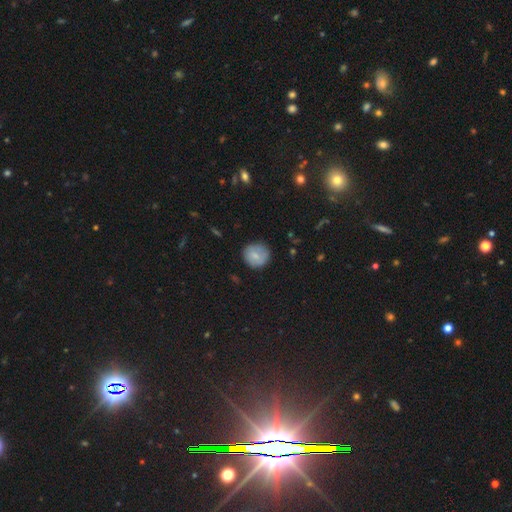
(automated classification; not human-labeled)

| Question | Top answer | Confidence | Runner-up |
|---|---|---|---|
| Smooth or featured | smooth | 73% | featured or disk (19%) |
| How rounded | round | 88% | in between (11%) |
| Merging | none | 81% | minor disturbance (14%) |